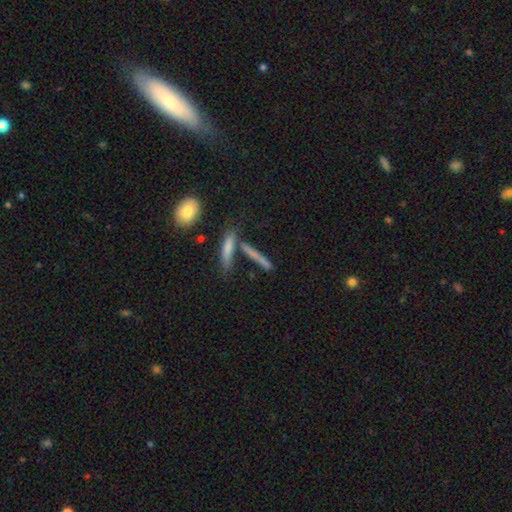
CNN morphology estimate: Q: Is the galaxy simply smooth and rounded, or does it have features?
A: smooth — 60%.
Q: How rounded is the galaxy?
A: cigar-shaped — 87%.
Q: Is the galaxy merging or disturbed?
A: none — 65%.